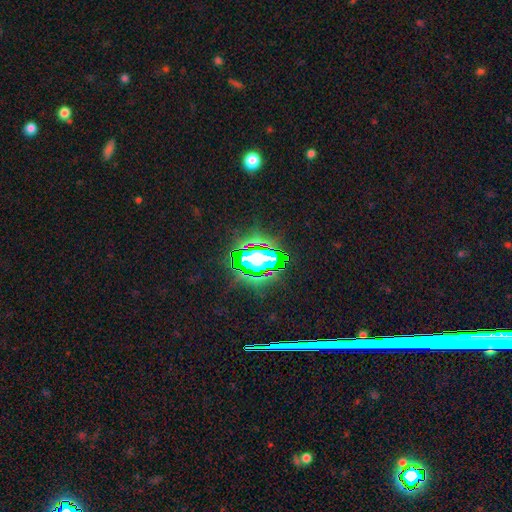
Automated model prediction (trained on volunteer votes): smooth-or-featured: star or artifact: 77% | smooth: 13% | featured or disk: 10%